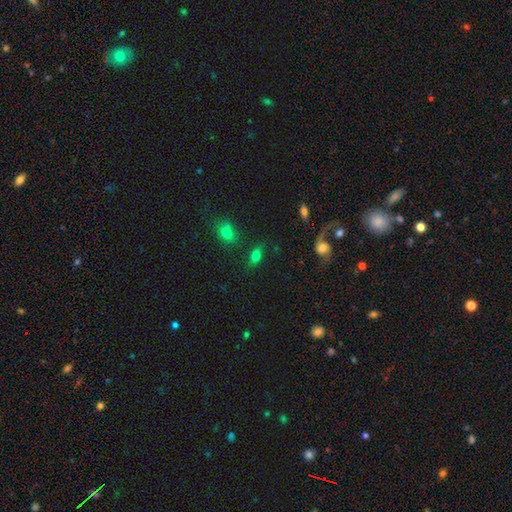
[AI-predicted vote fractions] Smooth or featured? smooth (70%)
How rounded? in between (80%)
Merging? none (73%)